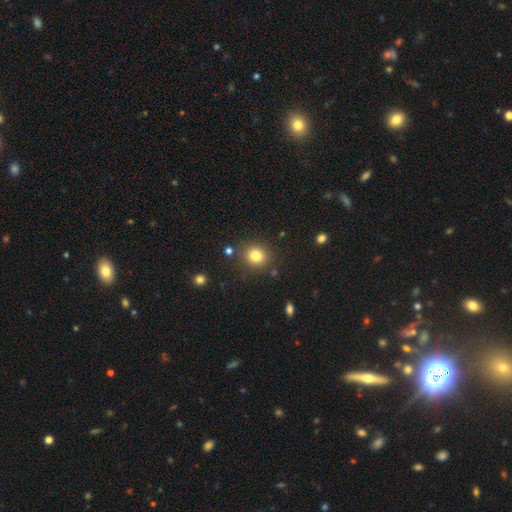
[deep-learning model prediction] The model was most divided on "smooth or featured": smooth: 81%, star or artifact: 12%, featured or disk: 7%. More confident: merging — none (85%); how rounded — round (85%).